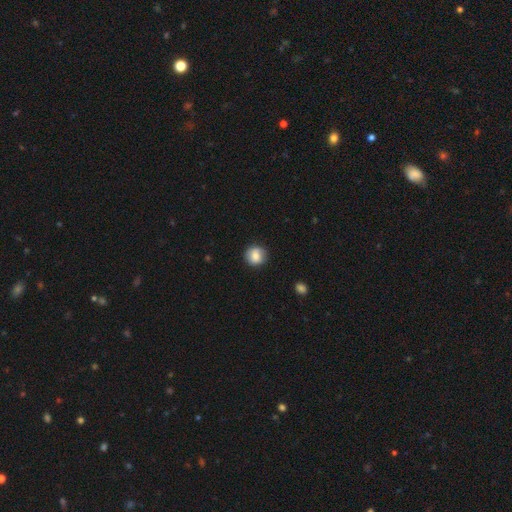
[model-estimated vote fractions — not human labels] A smooth galaxy with no disk features (82%) that is round (91%).

Vote fractions:
- Smooth or featured? smooth: 82% / featured or disk: 10% / star or artifact: 8%
- How rounded? round: 91% / in between: 8% / cigar-shaped: 1%
- Merging? none: 87% / minor disturbance: 9% / major disturbance: 2% / merger: 1%